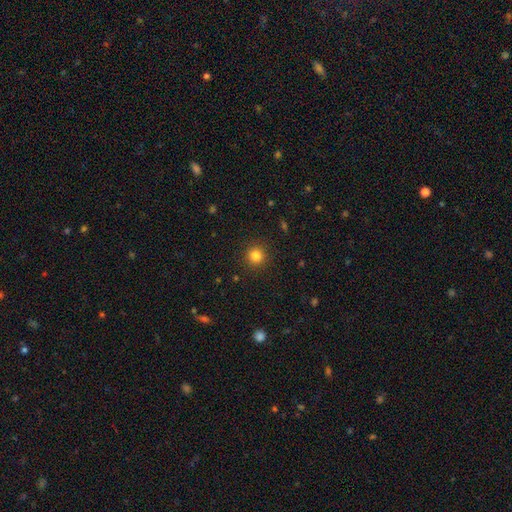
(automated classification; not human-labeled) This appears to be a smooth galaxy with no disk features (82%) that is round (95%). Merging: none (91%).